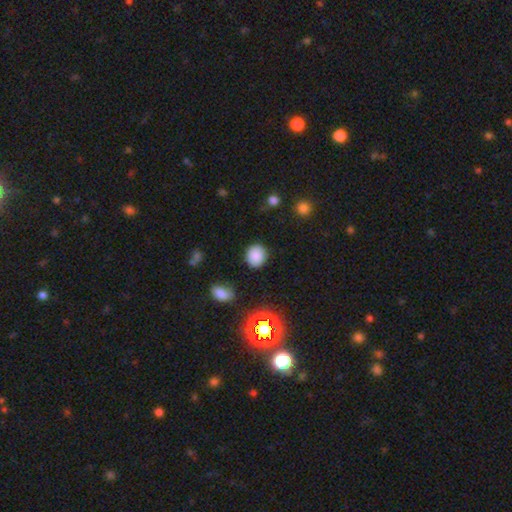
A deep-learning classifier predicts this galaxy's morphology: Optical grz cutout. It shows a smooth galaxy with no disk features (84%) that is round (74%). Merging: none (88%).